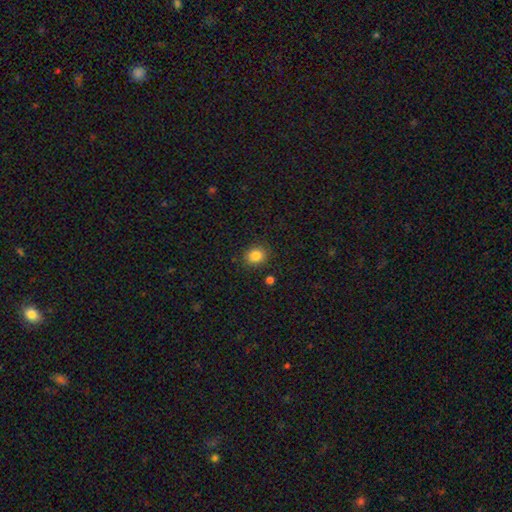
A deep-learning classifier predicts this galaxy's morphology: Overall: smooth (84%). How rounded: round (68%; in between 31%). Merging: none (87%).